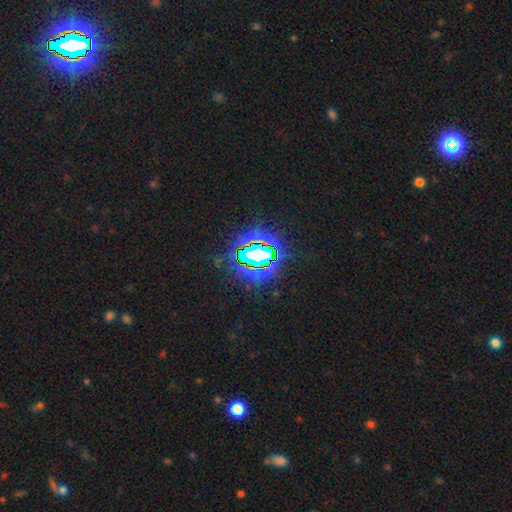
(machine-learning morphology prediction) A star or artifact, not a galaxy (80%).